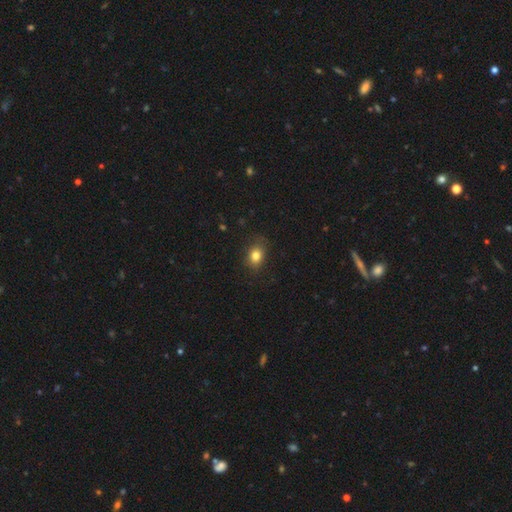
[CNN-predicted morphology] smooth 82%, star or artifact 11%, featured or disk 7%. Down the decision tree: how rounded — in between (61%); merging — none (80%).